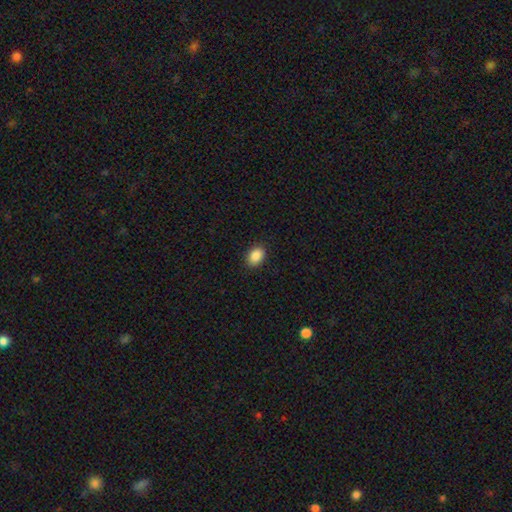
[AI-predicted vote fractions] A smooth galaxy with no disk features (88%) that is in between round and cigar-shaped (77%). Merging: none (90%).